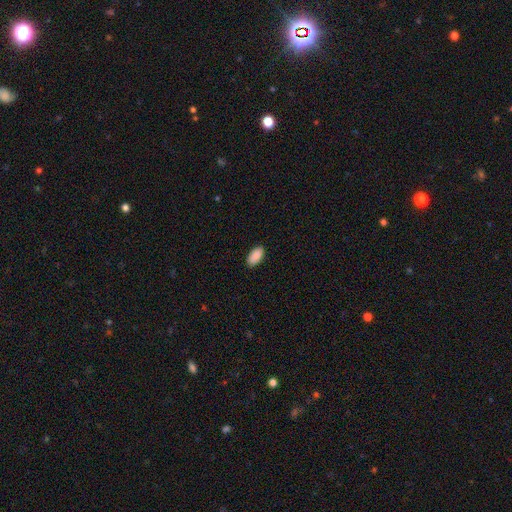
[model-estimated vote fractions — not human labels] Smooth or featured: smooth — 90% (star or artifact — 6%)
How rounded: in between — 95% (cigar-shaped — 3%)
Merging: none — 87% (minor disturbance — 10%)